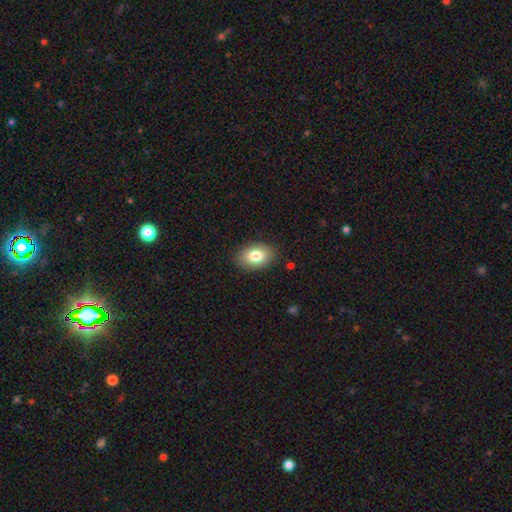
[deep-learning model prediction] smooth 81%, featured or disk 11%, star or artifact 8%. Down the decision tree: how rounded — in between (84%); merging — none (87%).